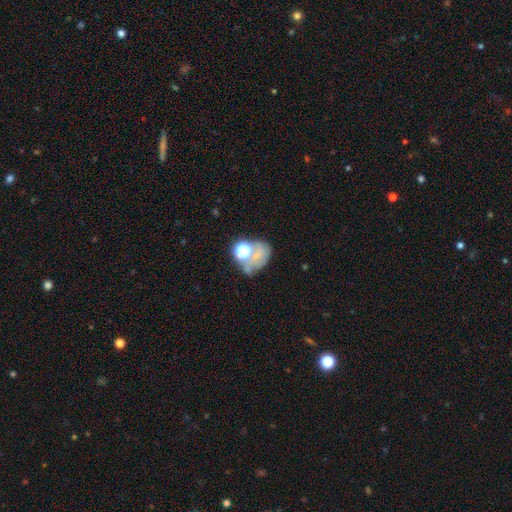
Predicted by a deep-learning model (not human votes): Q: Smooth or featured?
A: smooth (42%); runner-up: star or artifact (29%)
Q: Merging?
A: none (37%); runner-up: merger (24%)